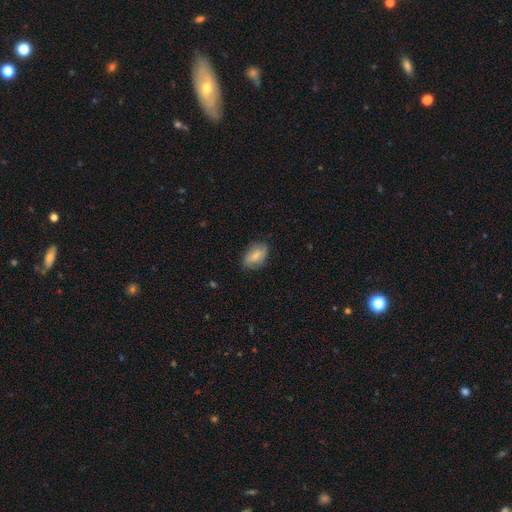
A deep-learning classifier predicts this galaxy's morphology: smooth 66%, featured or disk 27%, star or artifact 7%. Down the decision tree: how rounded — in between (88%); merging — none (76%).